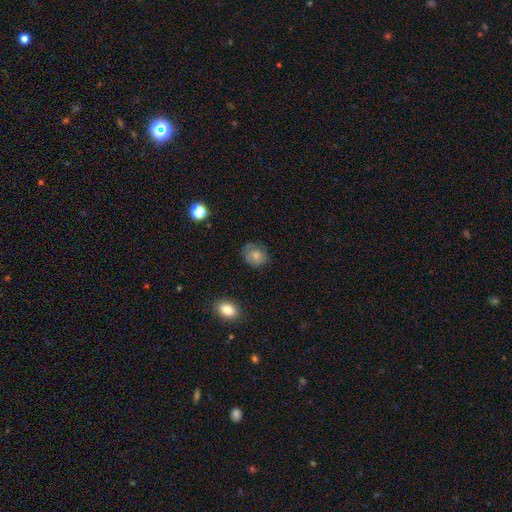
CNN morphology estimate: Overall: smooth (73%). How rounded: round (53%; in between 46%). Merging: none (71%).